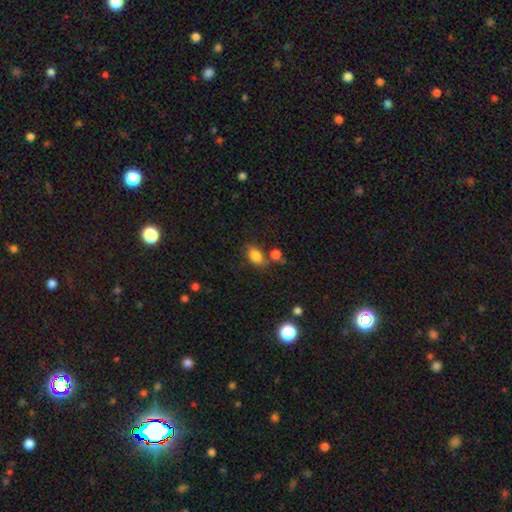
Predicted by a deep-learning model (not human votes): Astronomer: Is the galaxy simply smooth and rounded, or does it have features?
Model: smooth — 83%.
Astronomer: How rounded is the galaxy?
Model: in between — 86%.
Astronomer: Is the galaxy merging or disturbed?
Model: none — 60%.